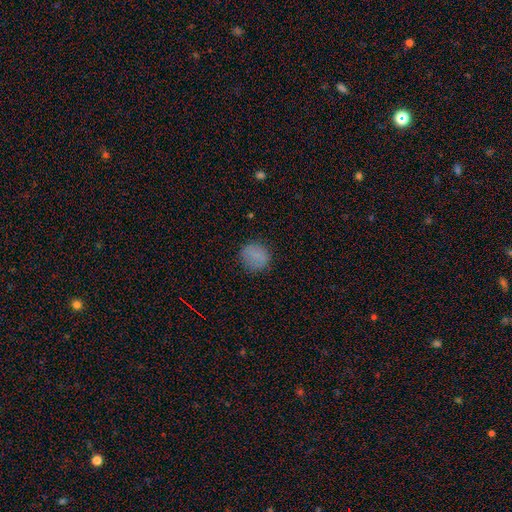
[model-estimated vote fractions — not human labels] Smooth or featured: smooth — 81% (star or artifact — 12%)
How rounded: round — 87% (in between — 12%)
Merging: none — 83% (minor disturbance — 12%)